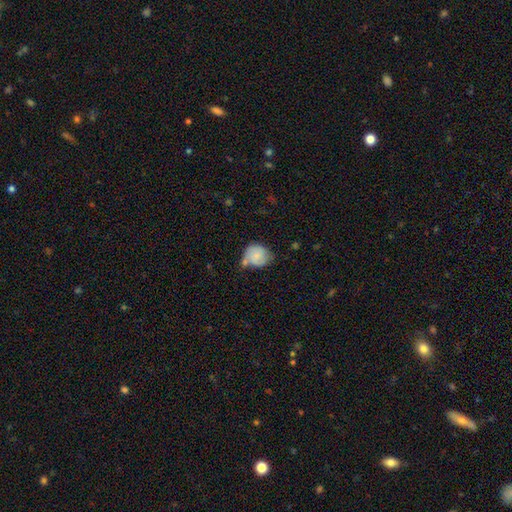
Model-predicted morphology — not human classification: smooth-or-featured: smooth: 71% | featured or disk: 21% | star or artifact: 8%
  how-rounded: round: 73% | in between: 26% | cigar-shaped: 1%
  merging: none: 40% | minor disturbance: 33% | merger: 17% | major disturbance: 10%